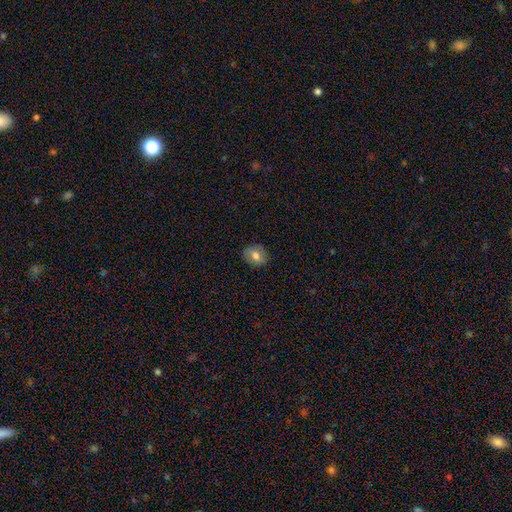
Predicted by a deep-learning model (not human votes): Smooth or featured? Predicted: smooth (p=0.71). How rounded? Predicted: in between (p=0.51). Merging? Predicted: none (p=0.85).